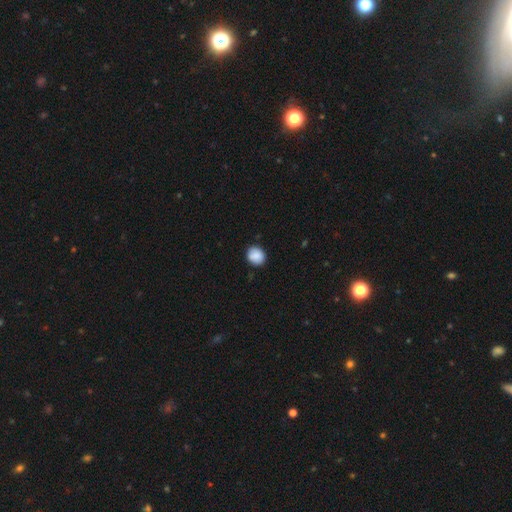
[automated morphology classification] Overall: smooth (88%). How rounded: round (74%). Merging: none (86%).